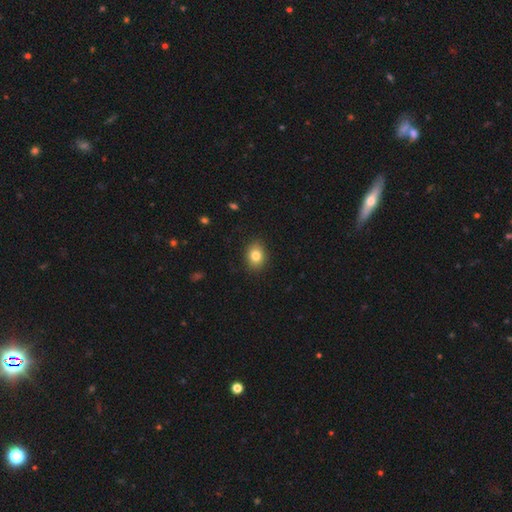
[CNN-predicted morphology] Smooth or featured: smooth — 82% (star or artifact — 10%)
How rounded: in between — 58% (round — 41%)
Merging: none — 88% (minor disturbance — 9%)